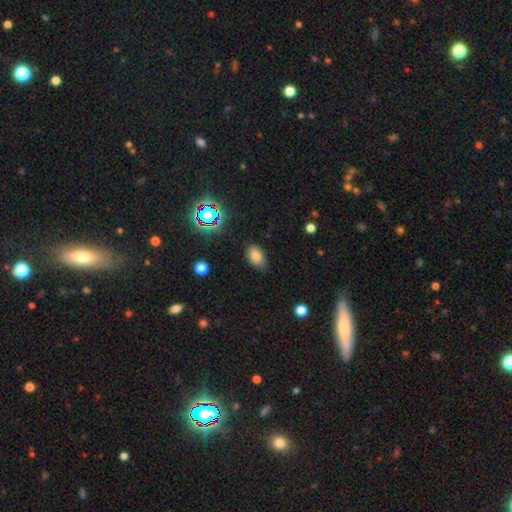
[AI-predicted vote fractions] This appears to be a smooth galaxy with no disk features (78%) that is in between round and cigar-shaped (88%). Merging: none (79%).